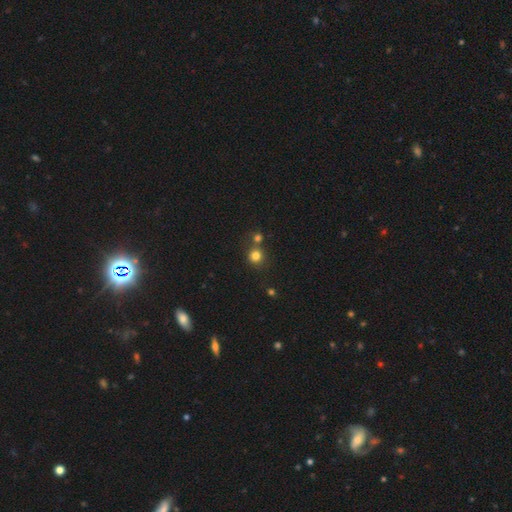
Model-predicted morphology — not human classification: This is likely a smooth galaxy (79%). How rounded: clearly round (90%). Merging: likely none (66%).